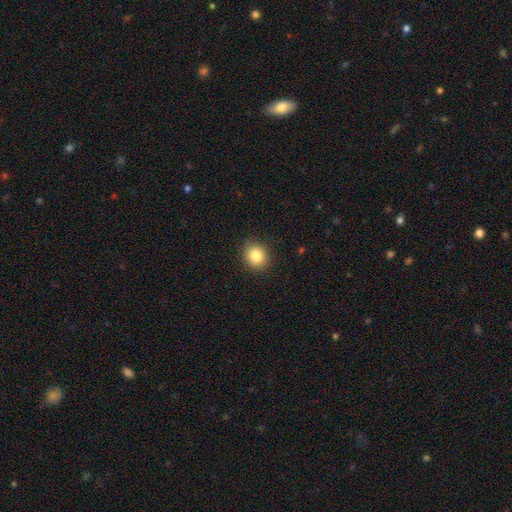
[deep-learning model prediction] Smooth or featured? Predicted: smooth (p=0.85). How rounded? Predicted: round (p=0.74). Merging? Predicted: none (p=0.89).